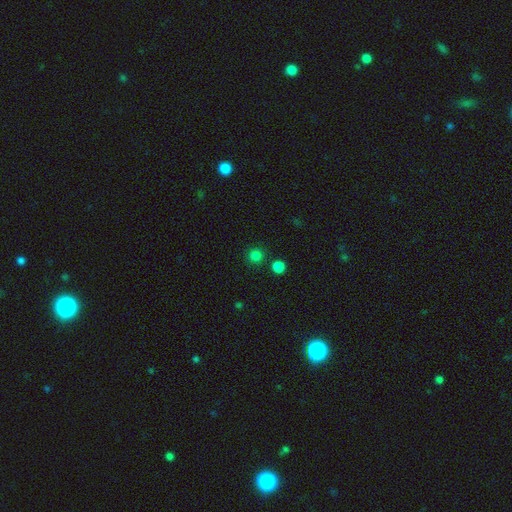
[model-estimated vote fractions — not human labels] Overall: smooth (81%). How rounded: round (93%). Merging: none (83%).